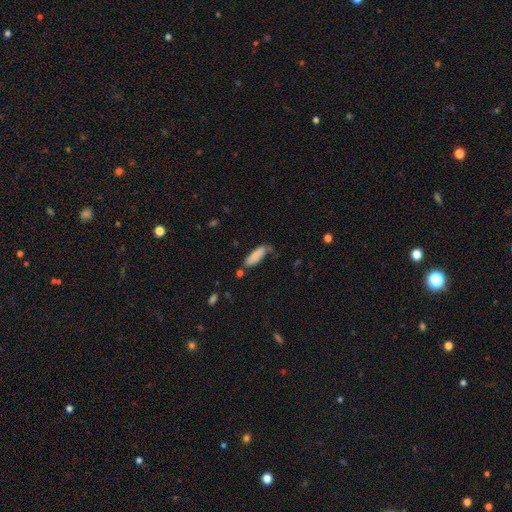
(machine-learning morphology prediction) Overall: smooth (83%). How rounded: in between (58%; cigar-shaped 40%). Merging: none (57%; minor disturbance 26%).